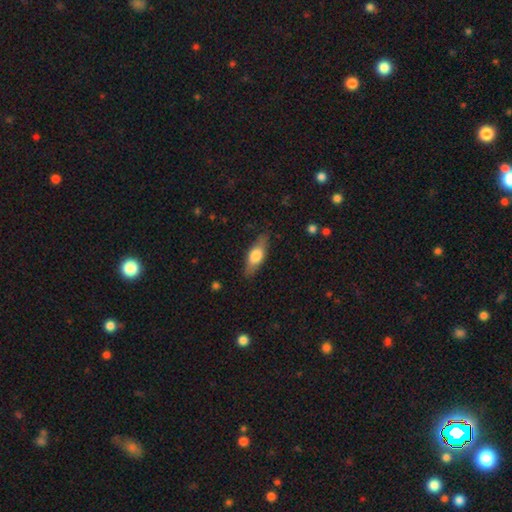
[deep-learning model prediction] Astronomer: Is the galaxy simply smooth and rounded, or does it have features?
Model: smooth — 61%.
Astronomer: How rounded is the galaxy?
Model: in between — 64%.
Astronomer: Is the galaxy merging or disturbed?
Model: none — 83%.